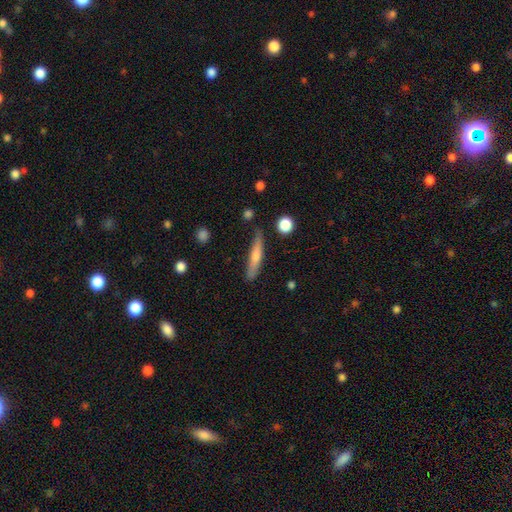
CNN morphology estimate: Smooth or featured? Predicted: smooth (p=0.55). How rounded? Predicted: cigar-shaped (p=0.89). Merging? Predicted: none (p=0.78).